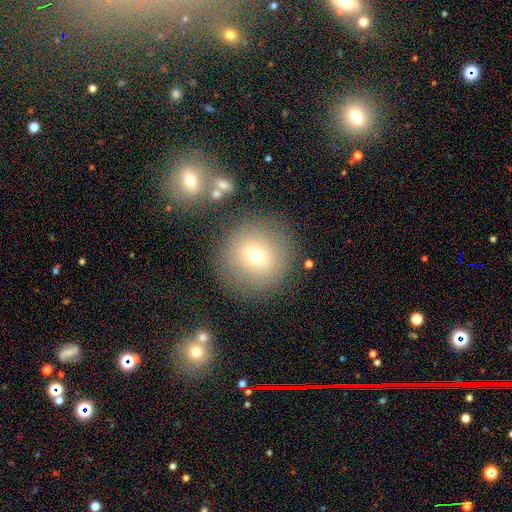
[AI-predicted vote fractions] Smooth or featured? smooth (66%)
How rounded? round (94%)
Merging? none (84%)